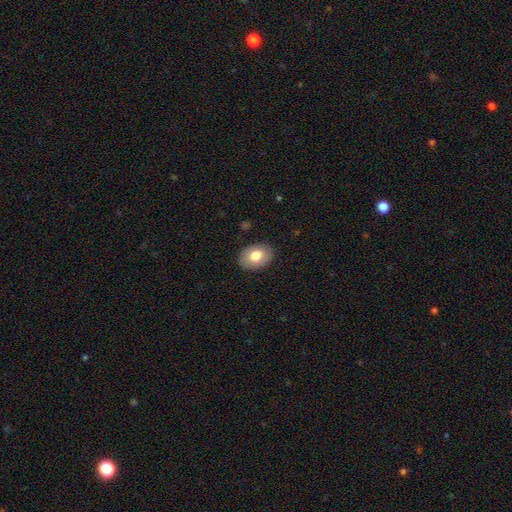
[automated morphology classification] Overall: smooth (77%). How rounded: in between (79%). Merging: none (87%).